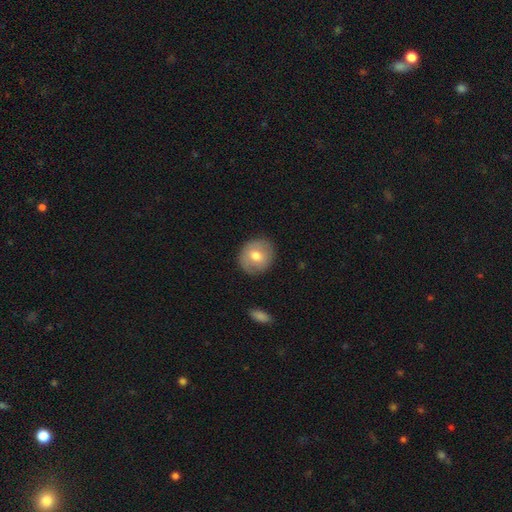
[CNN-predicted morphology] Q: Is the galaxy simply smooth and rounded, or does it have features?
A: smooth — 65%.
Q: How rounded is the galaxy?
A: round — 84%.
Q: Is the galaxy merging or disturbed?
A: none — 86%.